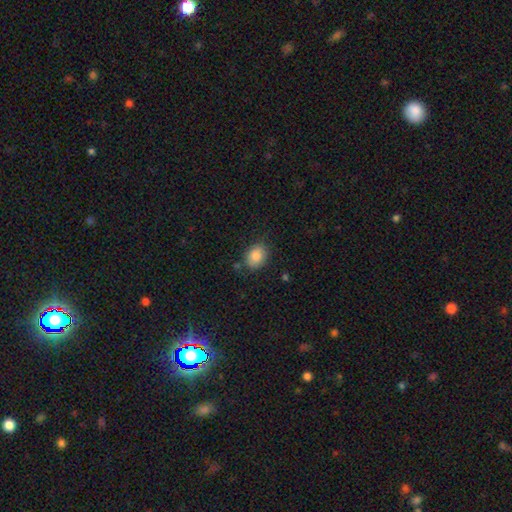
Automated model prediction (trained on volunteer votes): Smooth or featured: smooth — 85% (star or artifact — 8%)
How rounded: in between — 63% (round — 36%)
Merging: none — 77% (minor disturbance — 16%)